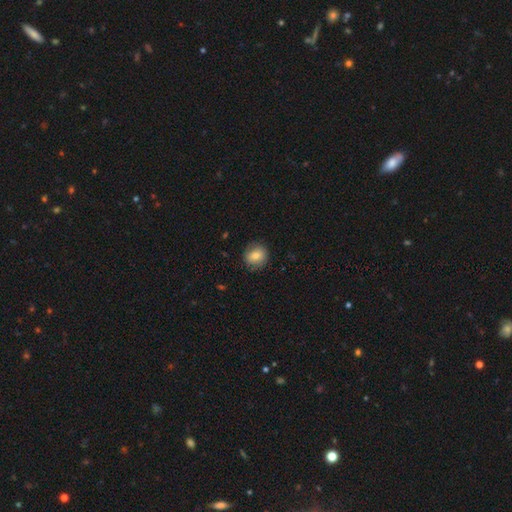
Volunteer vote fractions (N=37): smooth_or_featured: smooth (p=0.86) [alt: featured or disk p=0.08]
how_rounded: round (p=0.78) [alt: in between p=0.22]
merging: none (p=0.80) [alt: minor disturbance p=0.17]